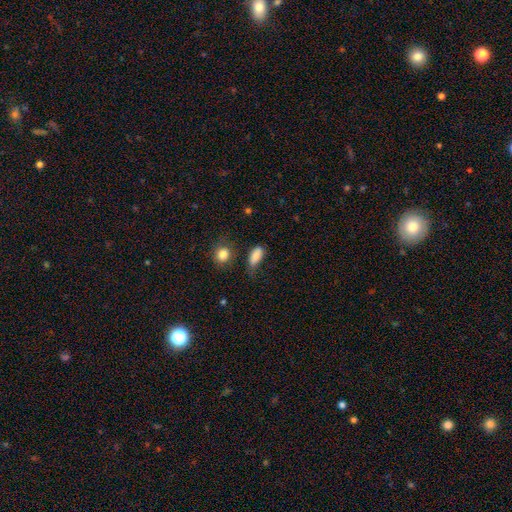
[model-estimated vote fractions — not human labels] Smooth or featured?
  - smooth: 86% *
  - star or artifact: 9%
  - featured or disk: 5%
How rounded?
  - in between: 79% *
  - cigar-shaped: 16%
  - round: 5%
Merging?
  - none: 56% *
  - minor disturbance: 30%
  - major disturbance: 10%
  - merger: 4%